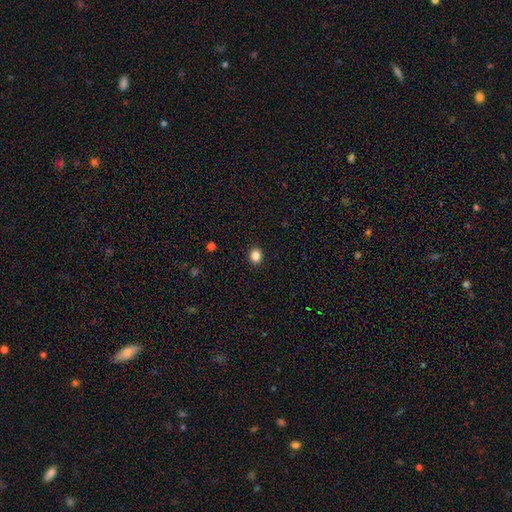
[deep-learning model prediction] Smooth or featured?
  - smooth: 85% *
  - star or artifact: 12%
  - featured or disk: 4%
How rounded?
  - round: 76% *
  - in between: 23%
  - cigar-shaped: 1%
Merging?
  - none: 92% *
  - minor disturbance: 6%
  - major disturbance: 2%
  - merger: 1%